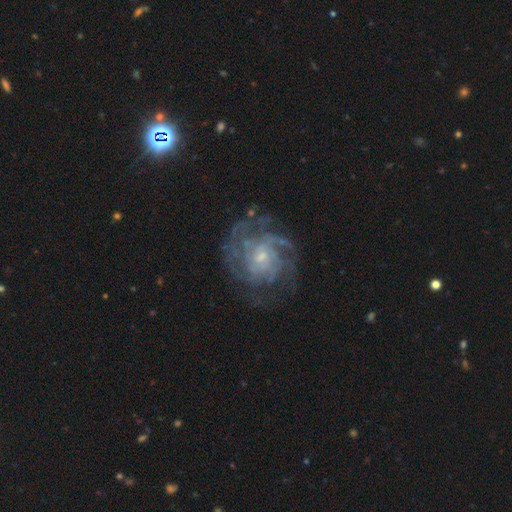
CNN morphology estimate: The model was most divided on "spiral arm count": can't tell: 38%, 3: 16%, 4: 16%, 2: 12%, more than 4: 10%, 1: 7%. More confident: edge-on disk — no (97%); spiral arms — yes (93%); smooth or featured — featured or disk (80%); bar — no (74%); merging — none (73%); bulge size — small (71%); spiral winding — tight (62%).